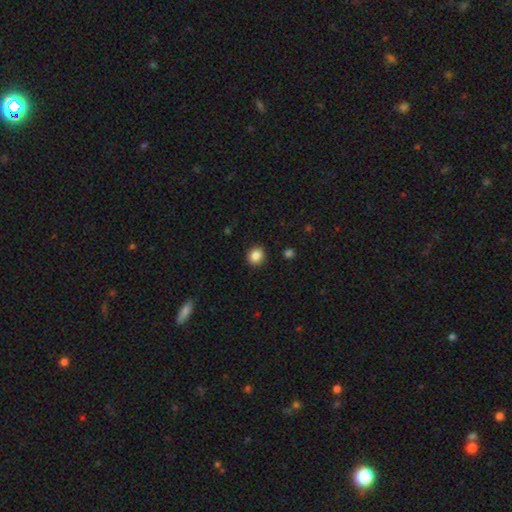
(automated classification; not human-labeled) Smooth or featured? Predicted: smooth (p=0.86). How rounded? Predicted: round (p=0.83). Merging? Predicted: none (p=0.91).